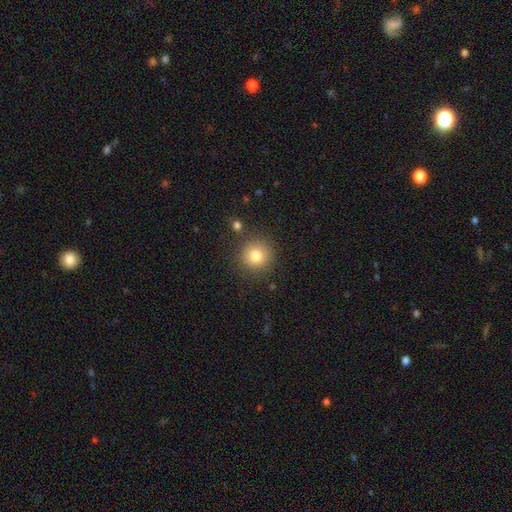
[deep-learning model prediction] A smooth galaxy with no disk features (80%) that is round (94%).

Vote fractions:
- Smooth or featured? smooth: 80% / star or artifact: 12% / featured or disk: 8%
- How rounded? round: 94% / in between: 5% / cigar-shaped: 1%
- Merging? none: 85% / minor disturbance: 8% / merger: 4% / major disturbance: 3%